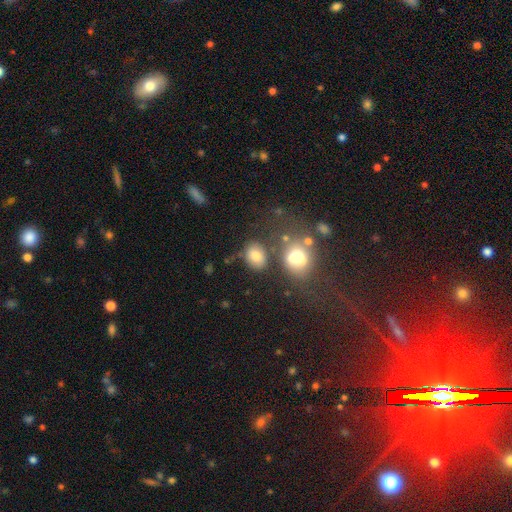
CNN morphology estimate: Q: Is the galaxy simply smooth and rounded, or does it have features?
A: smooth — 78%.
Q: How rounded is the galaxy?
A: in between — 62%.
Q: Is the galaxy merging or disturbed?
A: none — 65%.